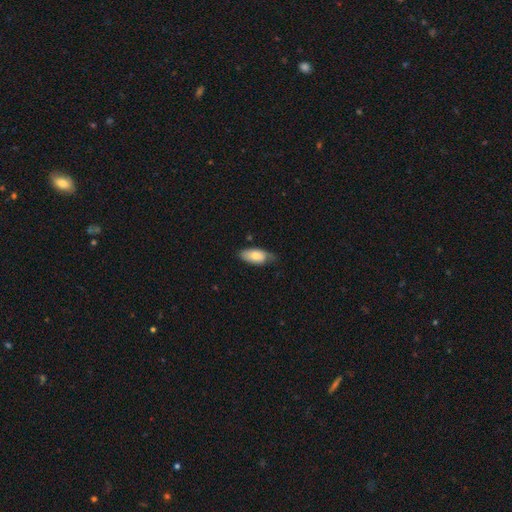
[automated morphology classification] Q: Smooth or featured?
A: smooth (73%); runner-up: featured or disk (21%)
Q: How rounded?
A: in between (90%); runner-up: cigar-shaped (8%)
Q: Merging?
A: none (56%); runner-up: minor disturbance (34%)